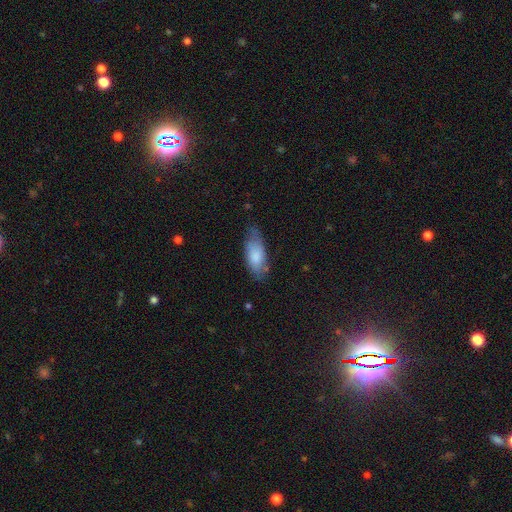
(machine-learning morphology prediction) The model was most divided on "merging": none: 58%, minor disturbance: 32%, major disturbance: 8%, merger: 2%. More confident: how rounded — in between (81%); smooth or featured — smooth (78%).